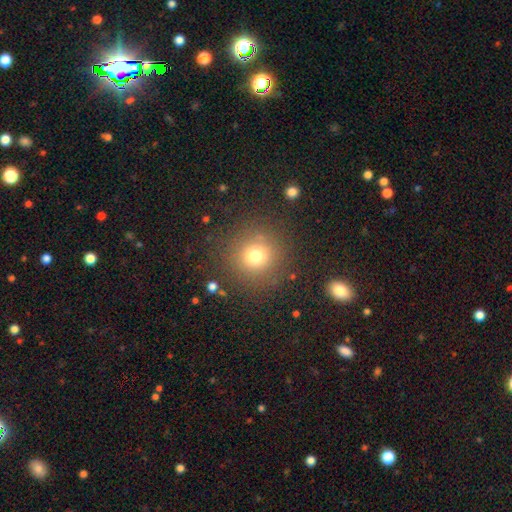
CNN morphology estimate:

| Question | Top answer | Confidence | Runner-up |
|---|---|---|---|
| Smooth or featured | smooth | 75% | star or artifact (16%) |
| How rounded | round | 93% | in between (6%) |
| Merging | none | 85% | minor disturbance (8%) |